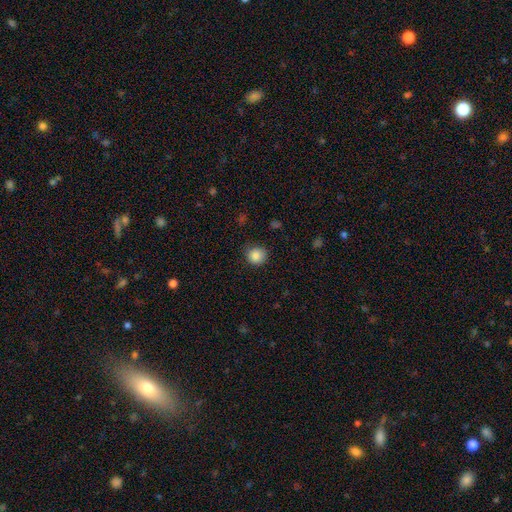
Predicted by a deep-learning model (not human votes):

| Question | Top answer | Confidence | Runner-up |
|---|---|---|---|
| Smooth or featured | smooth | 86% | star or artifact (10%) |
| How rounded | round | 91% | in between (8%) |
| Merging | none | 85% | minor disturbance (11%) |